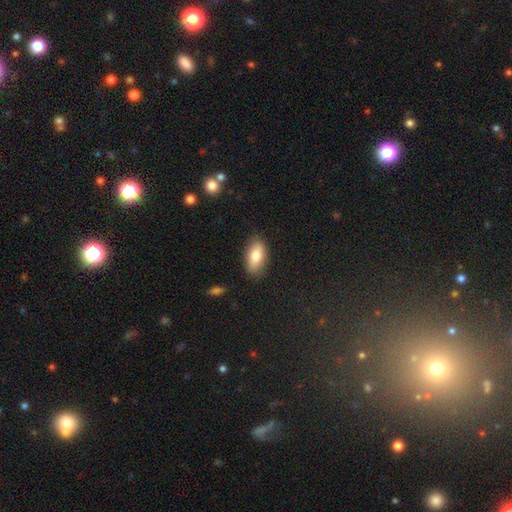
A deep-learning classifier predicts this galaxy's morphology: The model was most divided on "smooth or featured": smooth: 81%, featured or disk: 12%, star or artifact: 7%. More confident: how rounded — in between (91%); merging — none (84%).